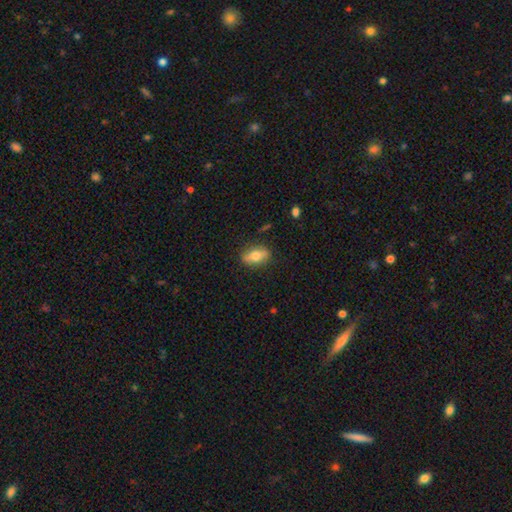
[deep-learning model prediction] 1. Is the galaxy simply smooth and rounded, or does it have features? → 67% smooth, 25% featured or disk, 7% star or artifact.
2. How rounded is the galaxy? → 81% in between, 12% cigar-shaped, 7% round.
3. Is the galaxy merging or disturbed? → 82% none, 13% minor disturbance, 3% major disturbance, 2% merger.